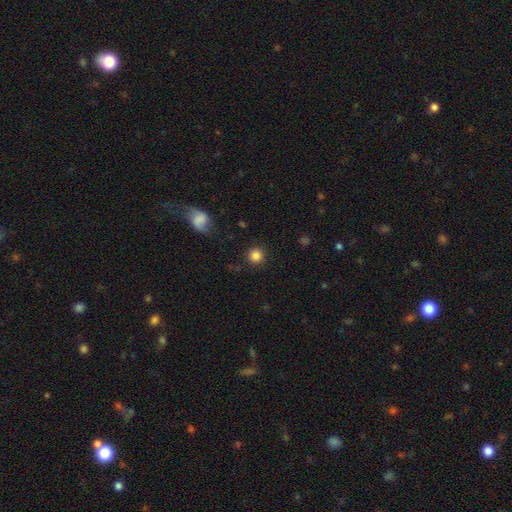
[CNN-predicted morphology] This is clearly a smooth galaxy (85%). How rounded: clearly round (93%). Merging: clearly none (89%).